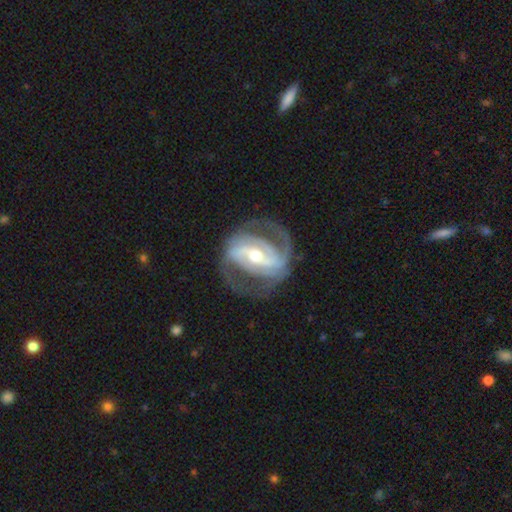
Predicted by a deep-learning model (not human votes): smooth-or-featured: featured or disk: 90% | smooth: 5% | star or artifact: 4%
  disk-edge-on: no: 97% | yes: 3%
    bar: strong: 54% | weak: 31% | no: 15%
    has-spiral-arms: yes: 96% | no: 4%
      spiral-winding: medium: 49% | tight: 35% | loose: 16%
      spiral-arm-count: 2: 71% | 3: 13% | can't tell: 8% | 1: 3% | 4: 3% | more than 4: 2%
    bulge-size: moderate: 58% | small: 37% | large: 4% | none: 1% | dominant: 1%
  merging: none: 71% | minor disturbance: 16% | major disturbance: 12% | merger: 1%